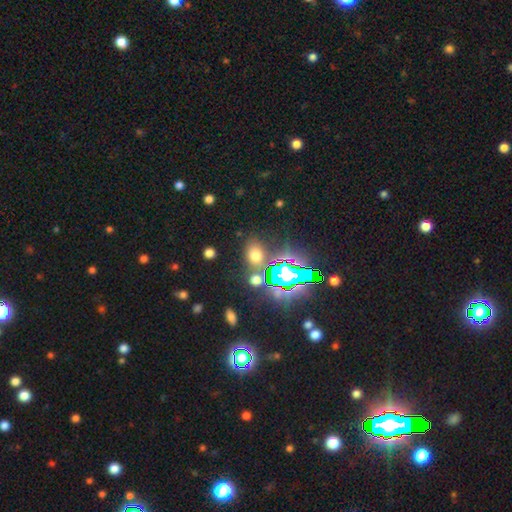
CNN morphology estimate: type=smooth (57%); roundness=in between (64%); merging=none (76%).